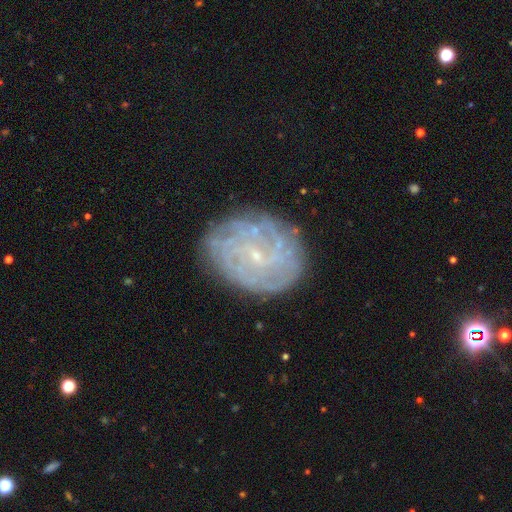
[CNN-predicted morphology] Q: Smooth or featured?
A: featured or disk (75%); runner-up: smooth (14%)
Q: Edge-on disk?
A: no (97%); runner-up: yes (3%)
Q: Bar?
A: no (60%); runner-up: weak (32%)
Q: Spiral arms?
A: yes (89%); runner-up: no (11%)
Q: Spiral winding?
A: tight (69%); runner-up: medium (23%)
Q: Spiral arm count?
A: can't tell (43%); runner-up: 4 (15%)
Q: Bulge size?
A: small (85%); runner-up: moderate (9%)
Q: Merging?
A: none (82%); runner-up: minor disturbance (13%)